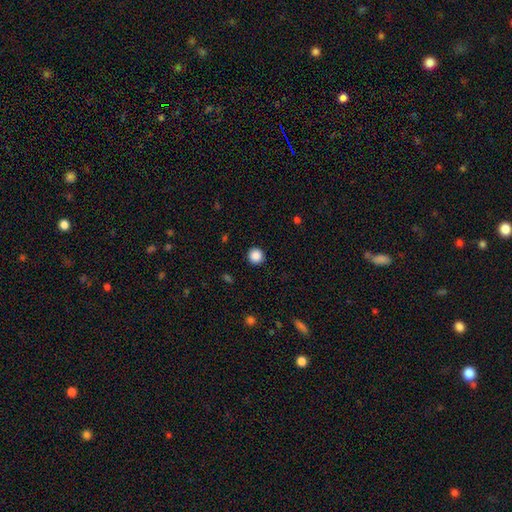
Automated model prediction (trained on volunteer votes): Overall: smooth (88%). How rounded: round (96%). Merging: none (93%).